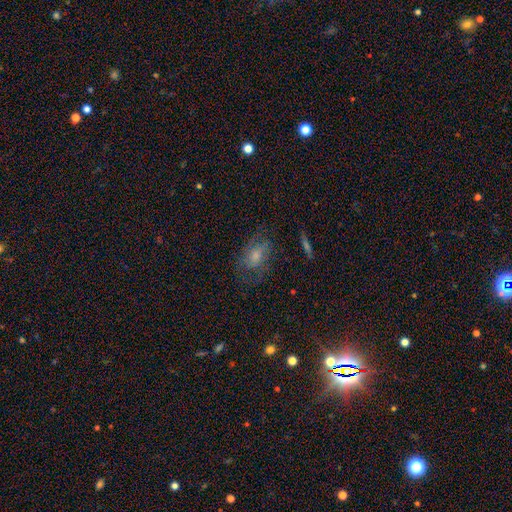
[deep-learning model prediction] Morphology: type=featured or disk (43%); merging=none (67%).